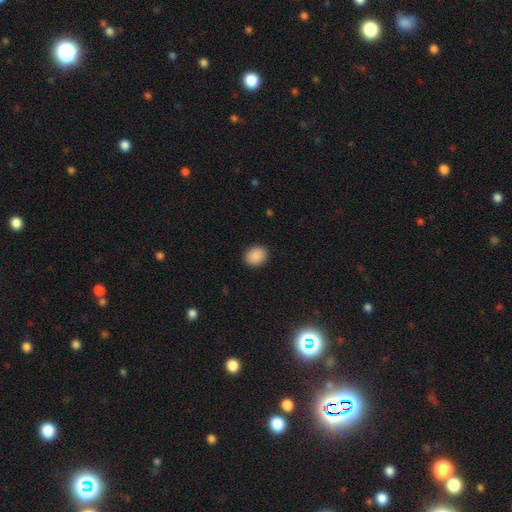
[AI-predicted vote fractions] smooth-or-featured: smooth: 90% | star or artifact: 8% | featured or disk: 2%
  how-rounded: round: 65% | in between: 34% | cigar-shaped: 1%
  merging: none: 90% | minor disturbance: 7% | major disturbance: 2% | merger: 1%